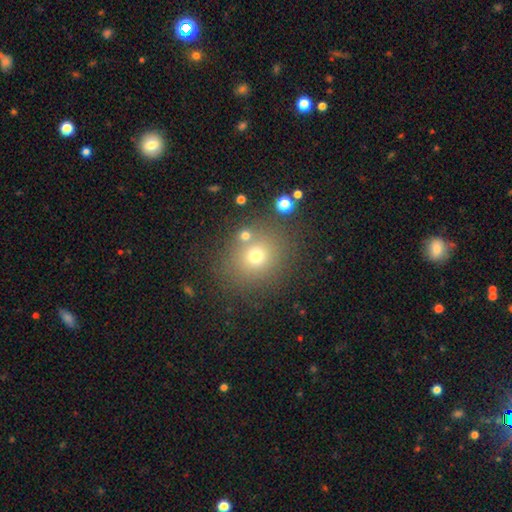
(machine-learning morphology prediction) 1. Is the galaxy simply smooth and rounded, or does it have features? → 68% smooth, 19% star or artifact, 13% featured or disk.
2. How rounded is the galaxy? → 81% round, 18% in between, 1% cigar-shaped.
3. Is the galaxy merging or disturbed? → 77% none, 10% minor disturbance, 8% merger, 5% major disturbance.